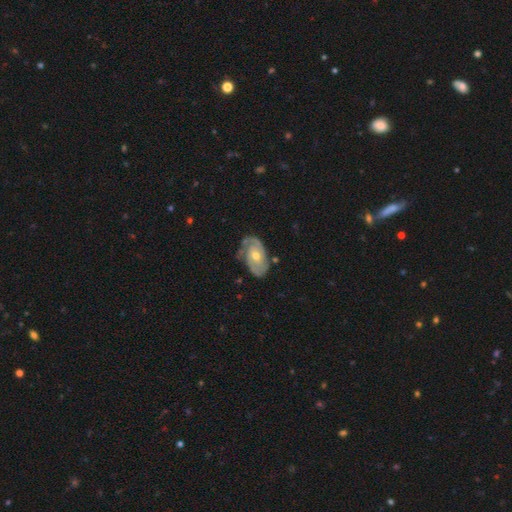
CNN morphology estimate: This appears to be a featured or disk galaxy (83%) with no bar (71%), 2 (61%) tight (60%) spiral arms (92%) and a moderate central bulge (62%). Merging: none (68%).